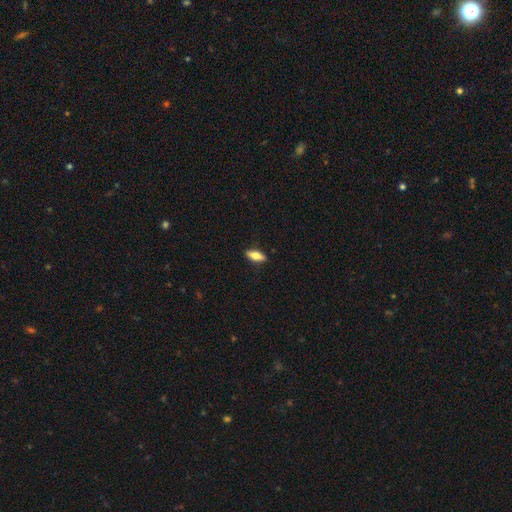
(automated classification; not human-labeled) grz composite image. It shows a smooth galaxy with no disk features (64%) that is in between round and cigar-shaped (67%). Merging: none (88%).